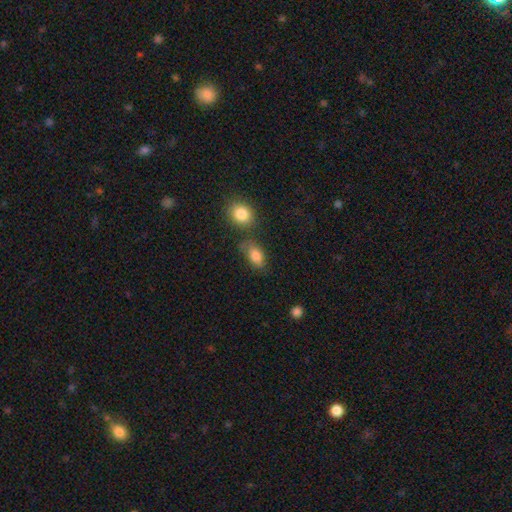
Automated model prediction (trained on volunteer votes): Morphology: type=smooth (82%); roundness=in between (86%); merging=none (61%).